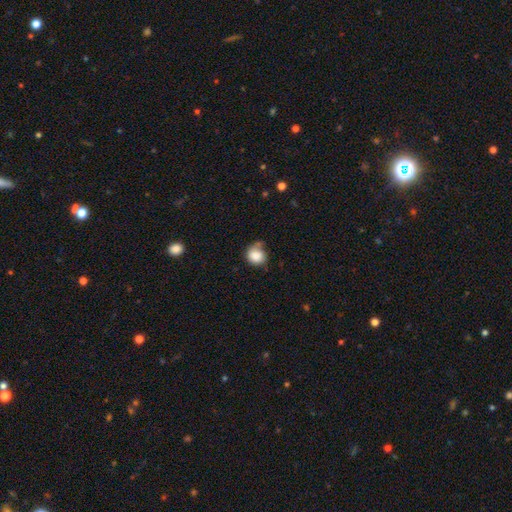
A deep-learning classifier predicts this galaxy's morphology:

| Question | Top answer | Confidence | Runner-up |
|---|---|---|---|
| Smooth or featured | smooth | 86% | star or artifact (8%) |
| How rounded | round | 78% | in between (21%) |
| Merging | none | 53% | minor disturbance (29%) |